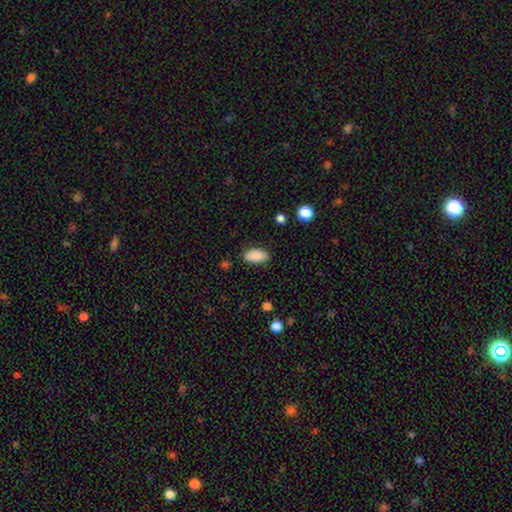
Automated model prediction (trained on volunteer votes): Overall: smooth (83%). How rounded: in between (93%). Merging: none (86%).